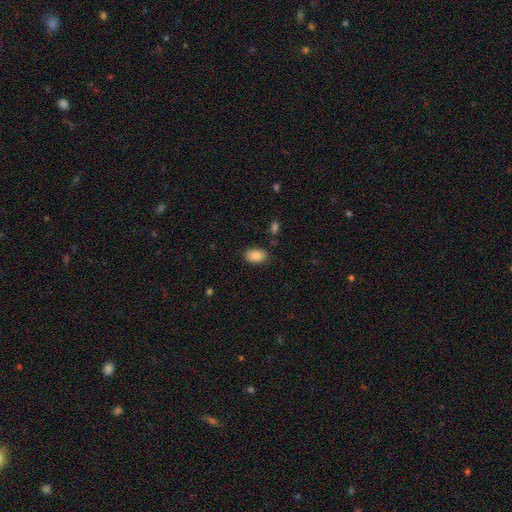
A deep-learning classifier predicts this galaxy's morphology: This appears to be a smooth galaxy with no disk features (87%) that is in between round and cigar-shaped (90%). Merging: none (81%).